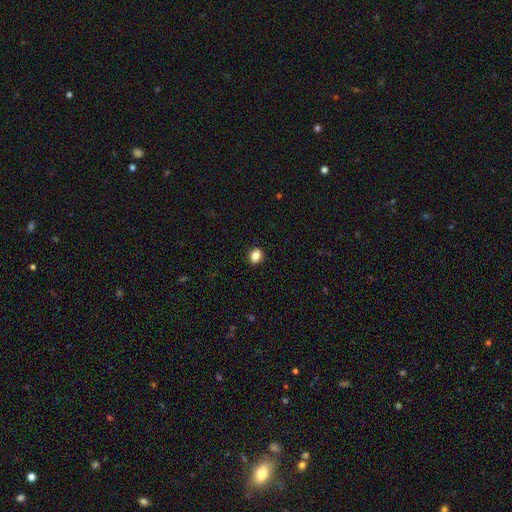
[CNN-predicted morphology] smooth-or-featured: smooth: 86% | star or artifact: 10% | featured or disk: 4%
  how-rounded: in between: 50% | round: 49% | cigar-shaped: 1%
  merging: none: 90% | minor disturbance: 7% | major disturbance: 2% | merger: 1%